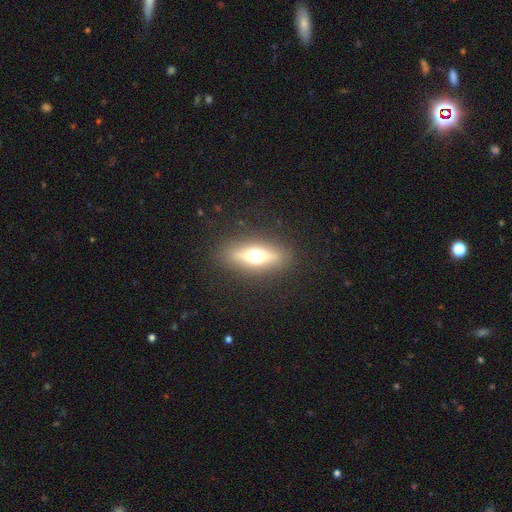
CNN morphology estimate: The model was most divided on "smooth or featured": featured or disk: 52%, smooth: 39%, star or artifact: 9%. More confident: merging — none (88%); edge-on disk — yes (84%).